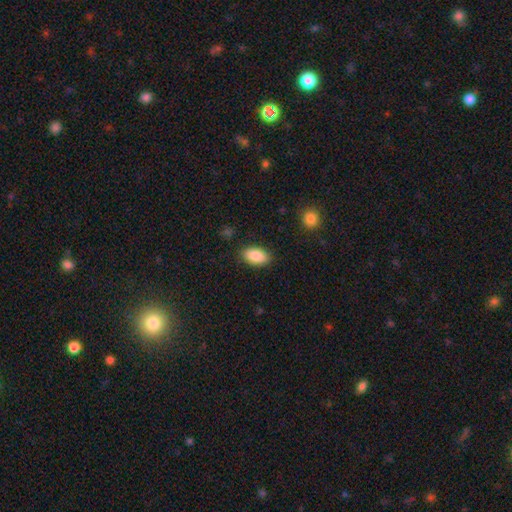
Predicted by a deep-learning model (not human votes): A smooth galaxy with no disk features (88%) that is in between round and cigar-shaped (93%). Merging: none (87%).